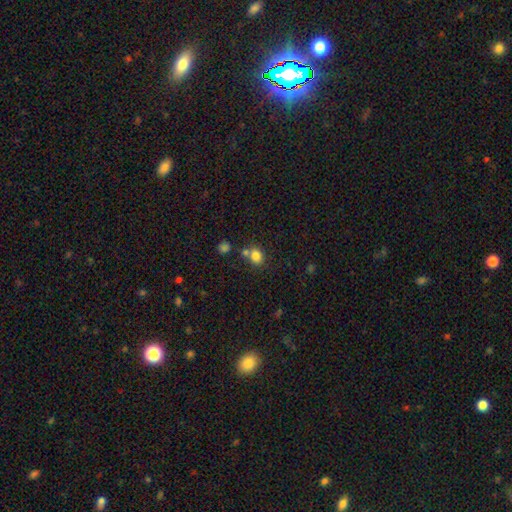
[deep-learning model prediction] Smooth or featured? smooth (82%)
How rounded? round (58%)
Merging? none (61%)